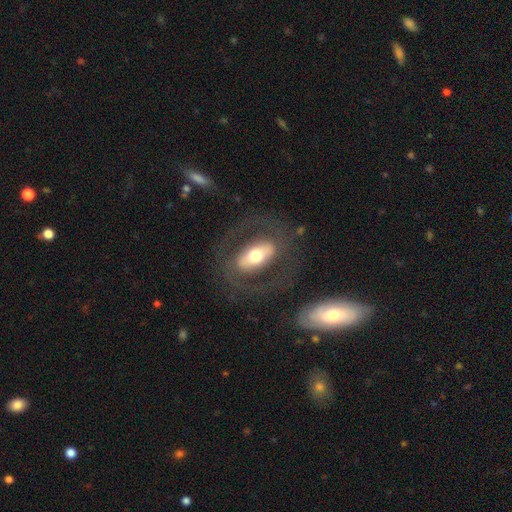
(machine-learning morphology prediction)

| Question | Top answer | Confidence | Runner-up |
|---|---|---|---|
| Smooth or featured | featured or disk | 58% | smooth (35%) |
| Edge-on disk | no | 87% | yes (13%) |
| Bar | strong | 46% | no (33%) |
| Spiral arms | no | 65% | yes (35%) |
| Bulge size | moderate | 57% | large (27%) |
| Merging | none | 74% | major disturbance (13%) |